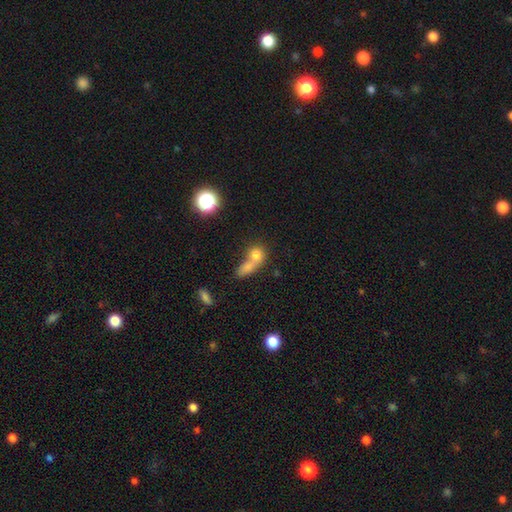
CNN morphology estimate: Smooth or featured?
  - smooth: 74% *
  - featured or disk: 14%
  - star or artifact: 13%
How rounded?
  - round: 60% *
  - in between: 33%
  - cigar-shaped: 6%
Merging?
  - merger: 61% *
  - none: 26%
  - minor disturbance: 7%
  - major disturbance: 7%